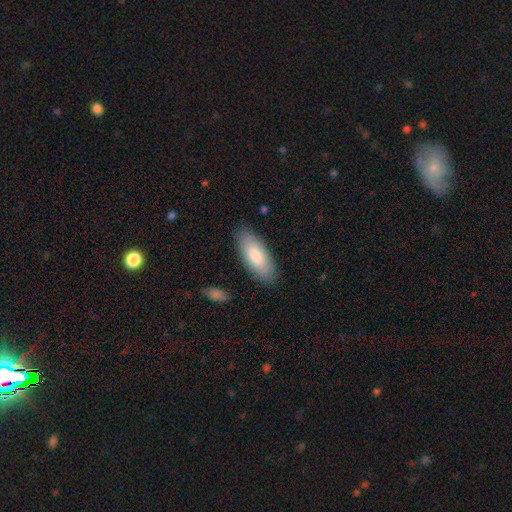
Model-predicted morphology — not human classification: Smooth or featured? smooth (82%)
How rounded? in between (80%)
Merging? none (86%)